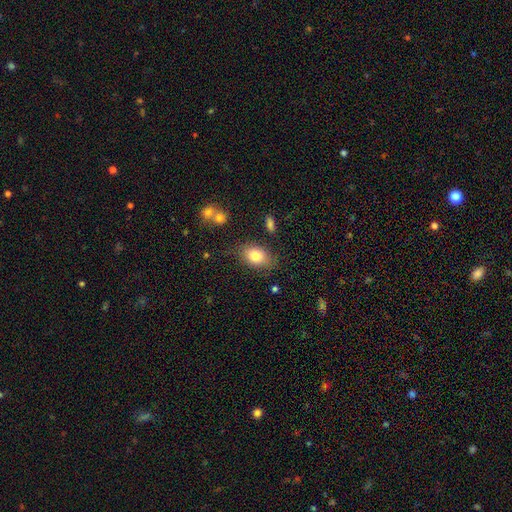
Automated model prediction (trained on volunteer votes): smooth_or_featured: smooth (p=0.79) [alt: featured or disk p=0.12]
how_rounded: in between (p=0.79) [alt: round p=0.19]
merging: none (p=0.75) [alt: minor disturbance p=0.17]